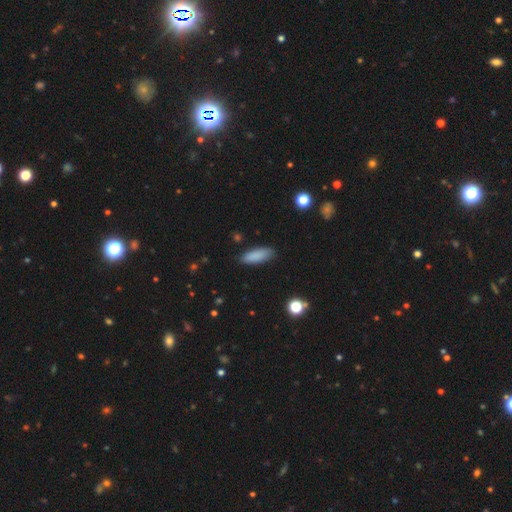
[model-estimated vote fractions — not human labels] Smooth or featured?
  - smooth: 88% *
  - star or artifact: 7%
  - featured or disk: 6%
How rounded?
  - in between: 59% *
  - cigar-shaped: 39%
  - round: 2%
Merging?
  - none: 87% *
  - minor disturbance: 10%
  - major disturbance: 2%
  - merger: 1%